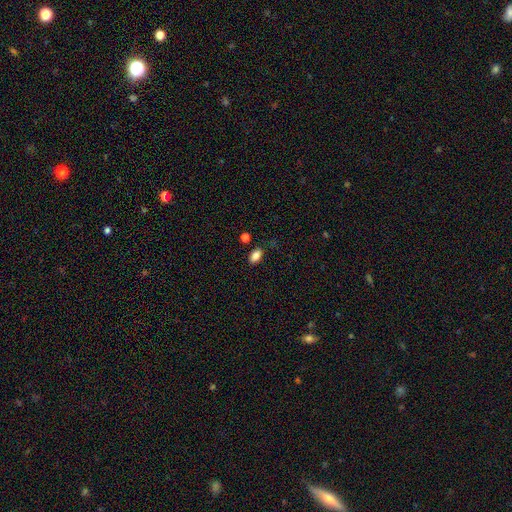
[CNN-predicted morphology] The model was most divided on "merging": none: 82%, minor disturbance: 12%, merger: 3%, major disturbance: 3%. More confident: how rounded — in between (89%); smooth or featured — smooth (85%).